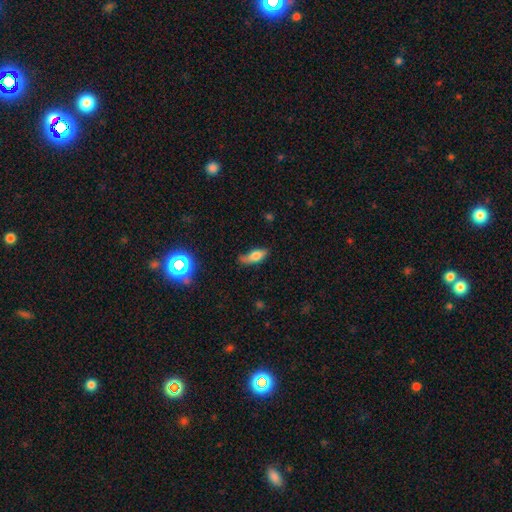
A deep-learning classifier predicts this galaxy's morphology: Smooth or featured: smooth — 72% (featured or disk — 19%)
How rounded: in between — 69% (cigar-shaped — 28%)
Merging: none — 51% (minor disturbance — 34%)